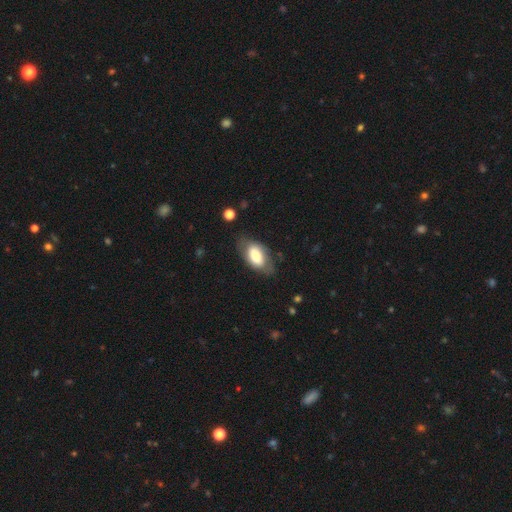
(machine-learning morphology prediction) smooth-or-featured: smooth: 64% | featured or disk: 29% | star or artifact: 7%
  how-rounded: in between: 92% | round: 5% | cigar-shaped: 3%
  merging: none: 70% | minor disturbance: 20% | major disturbance: 8% | merger: 2%